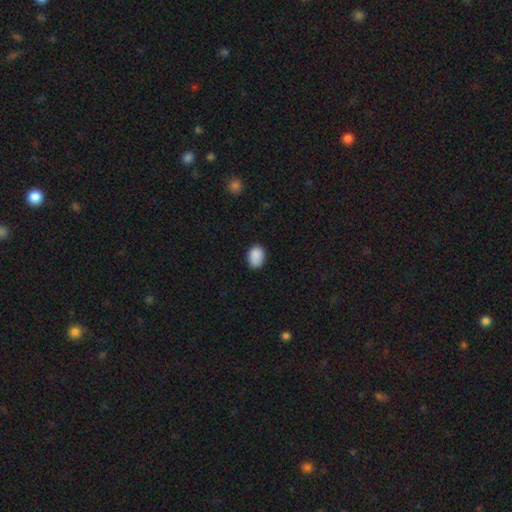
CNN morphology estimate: A smooth galaxy with no disk features (89%) that is in between round and cigar-shaped (75%).

Vote fractions:
- Smooth or featured? smooth: 89% / star or artifact: 8% / featured or disk: 3%
- How rounded? in between: 75% / round: 24% / cigar-shaped: 1%
- Merging? none: 79% / minor disturbance: 17% / major disturbance: 3% / merger: 1%